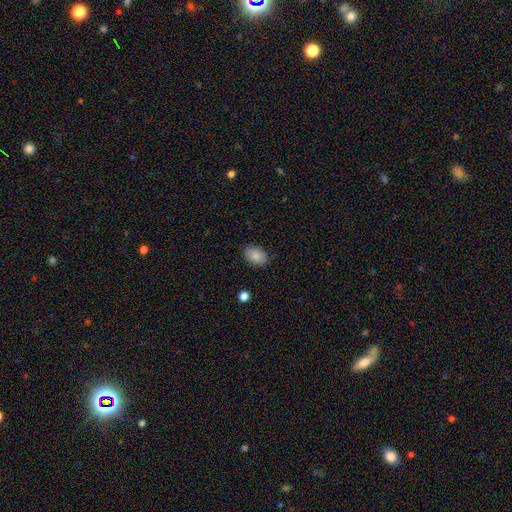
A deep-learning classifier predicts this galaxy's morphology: Smooth or featured: smooth — 87% (star or artifact — 7%)
How rounded: in between — 85% (round — 14%)
Merging: none — 87% (minor disturbance — 10%)